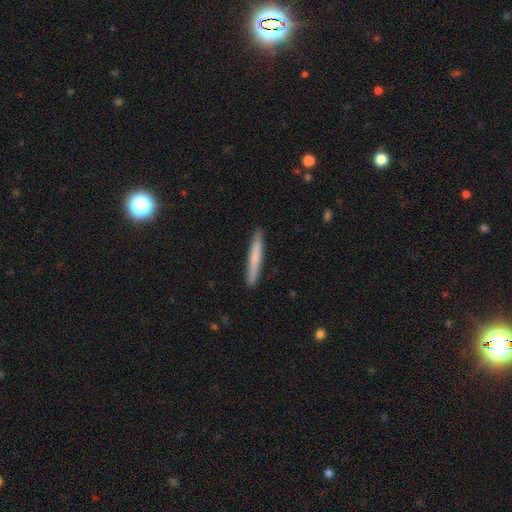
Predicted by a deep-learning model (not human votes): Smooth or featured? Predicted: smooth (p=0.61). How rounded? Predicted: cigar-shaped (p=0.95). Merging? Predicted: none (p=0.90).